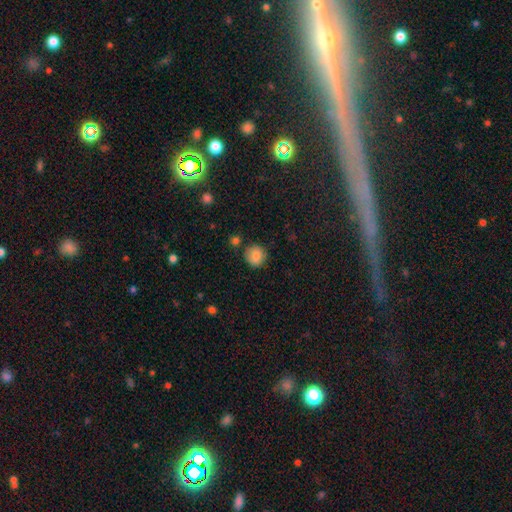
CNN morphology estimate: A smooth galaxy with no disk features (85%) that is round (88%).

Vote fractions:
- Smooth or featured? smooth: 85% / star or artifact: 9% / featured or disk: 6%
- How rounded? round: 88% / in between: 11% / cigar-shaped: 1%
- Merging? none: 81% / minor disturbance: 12% / merger: 5% / major disturbance: 3%